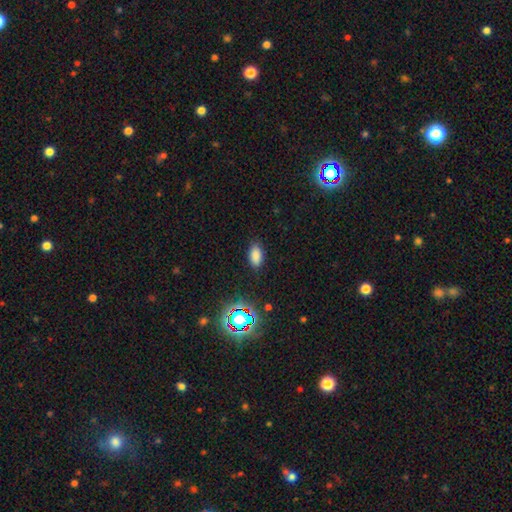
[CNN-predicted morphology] Smooth or featured? smooth (80%)
How rounded? in between (92%)
Merging? none (85%)